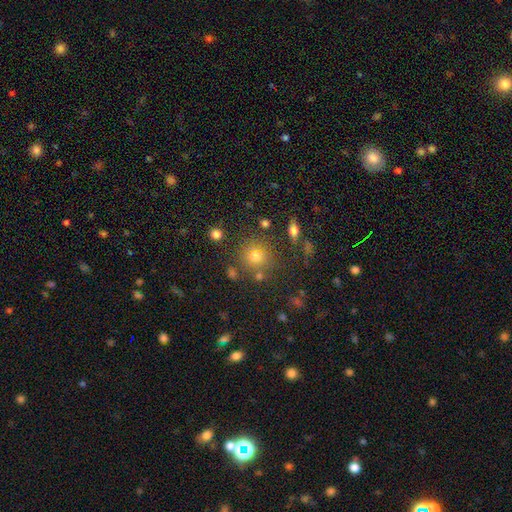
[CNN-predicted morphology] Smooth or featured? smooth (70%)
How rounded? round (90%)
Merging? none (79%)